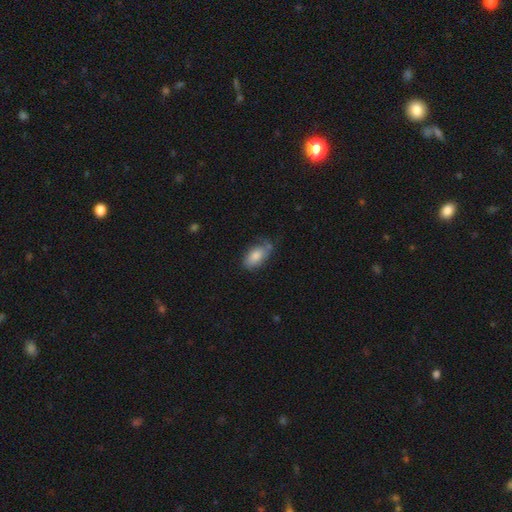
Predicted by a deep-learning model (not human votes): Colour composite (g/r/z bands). It shows a smooth galaxy with no disk features (75%) that is in between round and cigar-shaped (91%). Merging: none (51%).